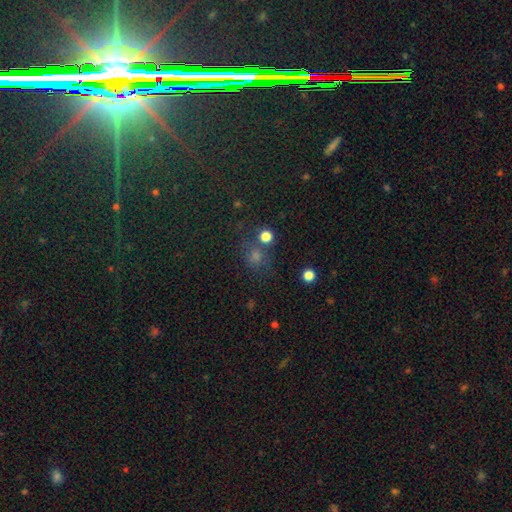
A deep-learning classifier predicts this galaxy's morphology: smooth_or_featured: smooth (p=0.54) [alt: star or artifact p=0.37]
how_rounded: round (p=0.80) [alt: in between p=0.19]
merging: none (p=0.67) [alt: merger p=0.15]